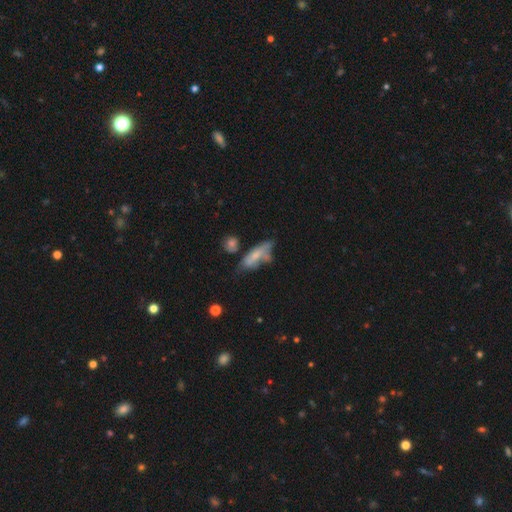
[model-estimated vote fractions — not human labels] The model was most divided on "merging": none: 39%, minor disturbance: 29%, major disturbance: 17%, merger: 16%. More confident: smooth or featured — smooth (59%); how rounded — in between (57%).